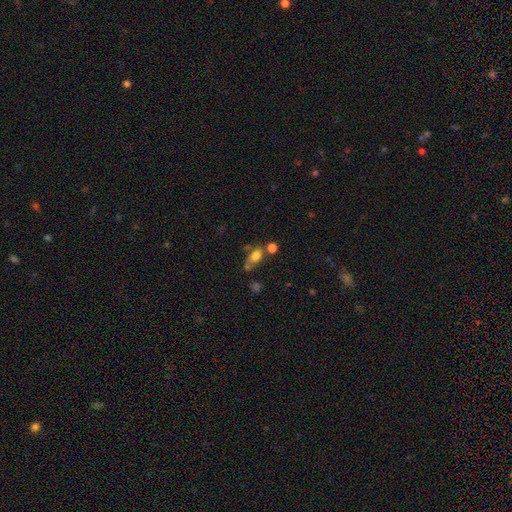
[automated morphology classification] smooth-or-featured: smooth: 71% | featured or disk: 16% | star or artifact: 13%
  how-rounded: in between: 67% | round: 24% | cigar-shaped: 9%
  merging: none: 38% | merger: 27% | minor disturbance: 20% | major disturbance: 15%